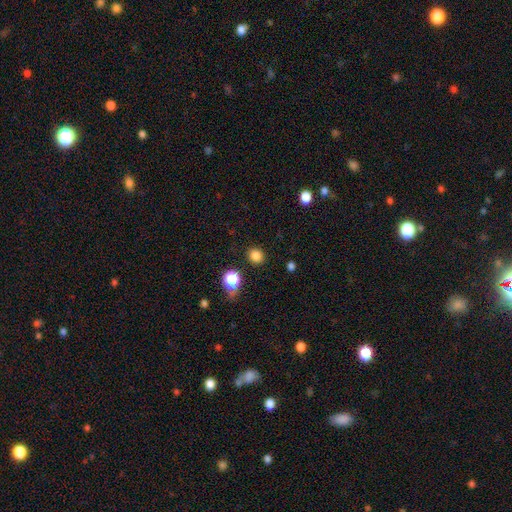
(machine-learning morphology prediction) This appears to be a smooth galaxy with no disk features (83%) that is round (77%). Merging: none (88%).